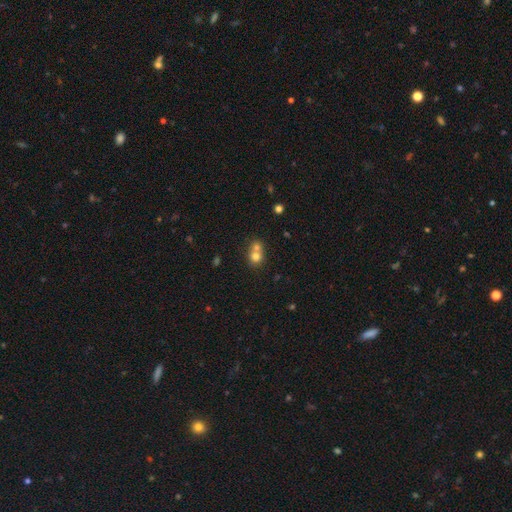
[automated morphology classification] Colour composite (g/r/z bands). It shows a smooth galaxy with no disk features (72%) that is round (77%). Merging: merger (61%).